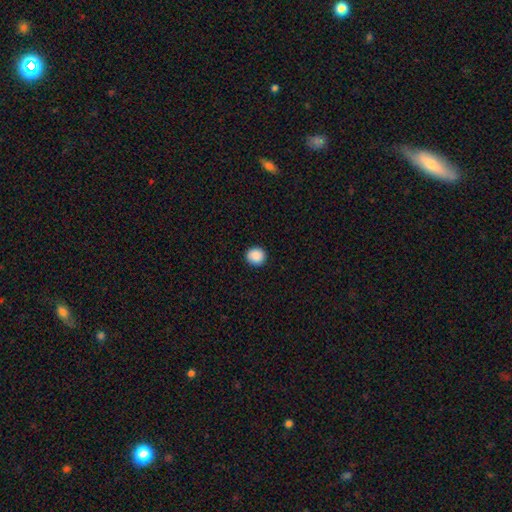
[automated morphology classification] Q: Smooth or featured?
A: smooth (89%); runner-up: star or artifact (8%)
Q: How rounded?
A: round (92%); runner-up: in between (7%)
Q: Merging?
A: none (92%); runner-up: minor disturbance (5%)